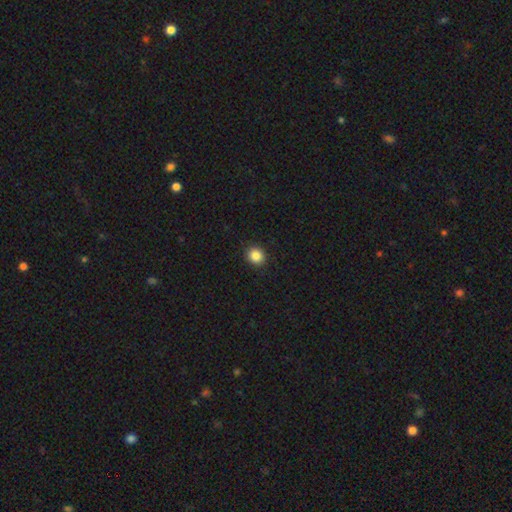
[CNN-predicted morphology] Q: Smooth or featured?
A: smooth (86%); runner-up: star or artifact (10%)
Q: How rounded?
A: round (81%); runner-up: in between (18%)
Q: Merging?
A: none (92%); runner-up: minor disturbance (5%)